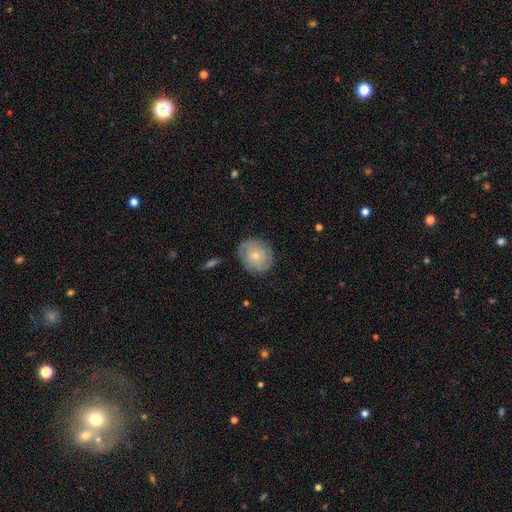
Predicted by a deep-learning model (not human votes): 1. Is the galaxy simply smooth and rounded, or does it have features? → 64% featured or disk, 30% smooth, 7% star or artifact.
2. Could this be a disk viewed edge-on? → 97% no, 3% yes.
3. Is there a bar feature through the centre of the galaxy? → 81% no, 17% weak, 3% strong.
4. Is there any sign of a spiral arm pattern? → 88% yes, 12% no.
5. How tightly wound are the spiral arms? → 69% tight, 24% medium, 7% loose.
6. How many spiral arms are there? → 41% 2, 31% can't tell, 15% 3, 5% 4, 4% 1, 4% more than 4.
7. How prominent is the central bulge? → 59% small, 36% moderate, 2% large, 2% none, 1% dominant.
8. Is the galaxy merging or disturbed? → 80% none, 14% minor disturbance, 4% major disturbance, 1% merger.